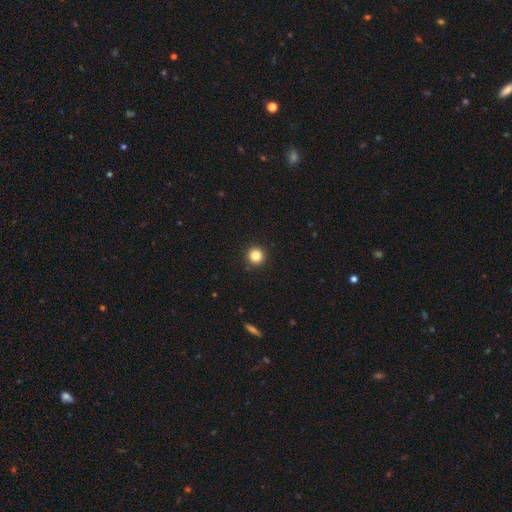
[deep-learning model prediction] smooth 84%, star or artifact 11%, featured or disk 5%. Down the decision tree: how rounded — round (96%); merging — none (94%).